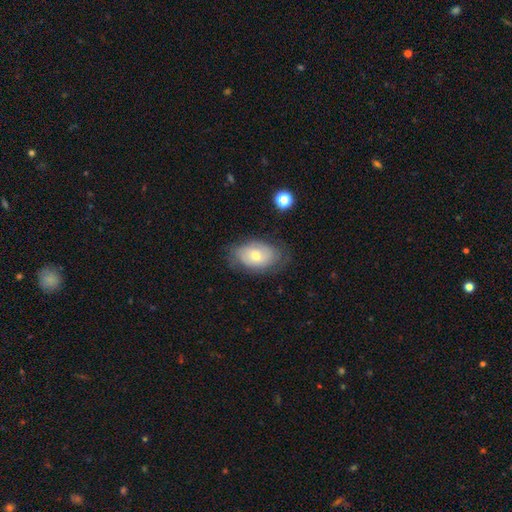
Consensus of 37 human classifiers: This is possibly a smooth galaxy (54%). How rounded: clearly in between (90%). Merging: possibly none (59%).